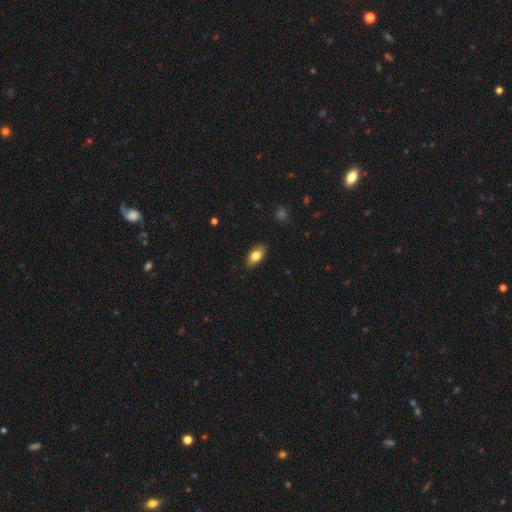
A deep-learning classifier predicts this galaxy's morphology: smooth 81%, featured or disk 12%, star or artifact 7%. Down the decision tree: how rounded — in between (89%); merging — none (87%).